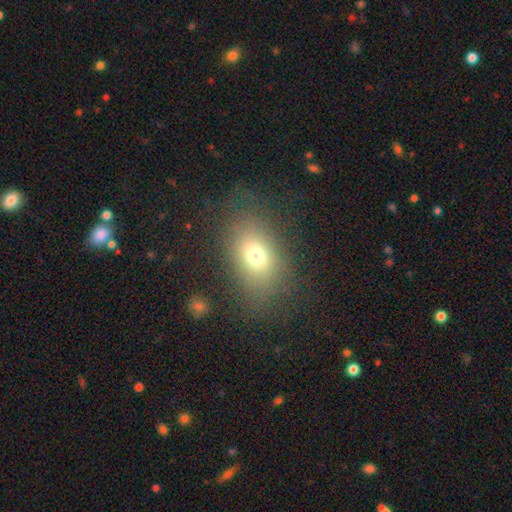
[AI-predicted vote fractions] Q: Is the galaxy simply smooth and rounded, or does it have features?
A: smooth — 72%.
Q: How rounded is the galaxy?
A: in between — 74%.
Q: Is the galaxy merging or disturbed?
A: none — 74%.